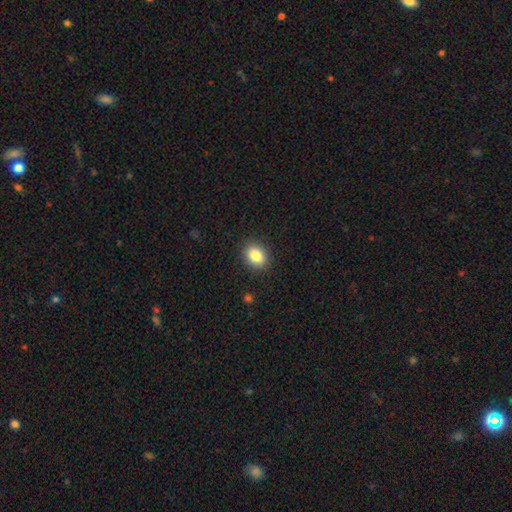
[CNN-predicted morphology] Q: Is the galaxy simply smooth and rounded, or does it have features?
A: smooth — 85%.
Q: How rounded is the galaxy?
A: in between — 64%.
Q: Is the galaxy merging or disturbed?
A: none — 89%.